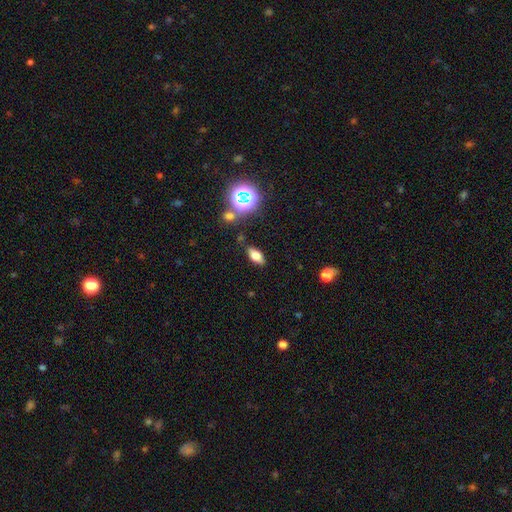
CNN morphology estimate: This is likely a smooth galaxy (66%). How rounded: clearly in between (81%). Merging: clearly none (82%).